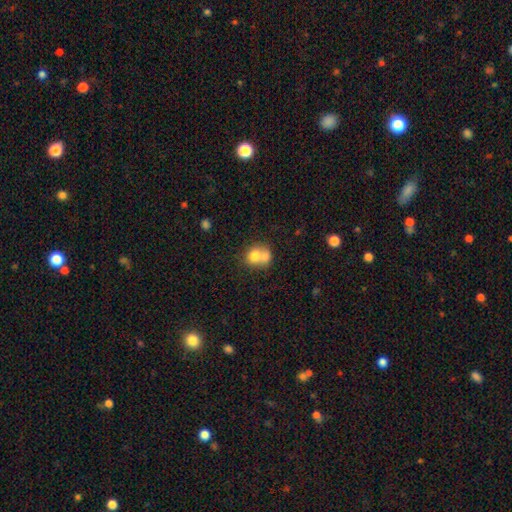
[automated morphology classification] Smooth or featured?
  - smooth: 72% *
  - featured or disk: 19%
  - star or artifact: 9%
How rounded?
  - round: 69% *
  - in between: 30%
  - cigar-shaped: 1%
Merging?
  - merger: 65% *
  - none: 25%
  - minor disturbance: 7%
  - major disturbance: 3%